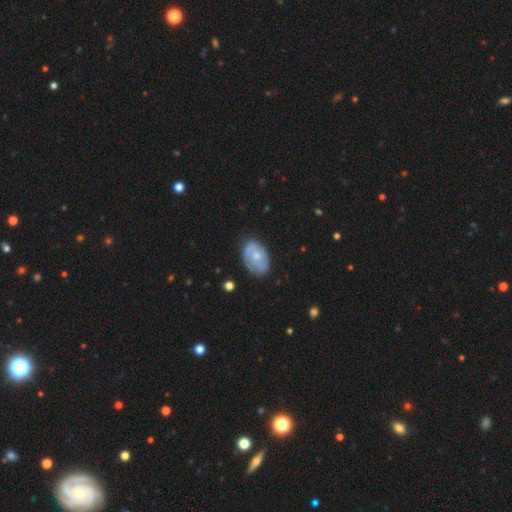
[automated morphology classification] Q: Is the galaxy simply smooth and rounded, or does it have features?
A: featured or disk — 52%.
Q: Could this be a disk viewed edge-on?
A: no — 95%.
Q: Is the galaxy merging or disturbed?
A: none — 73%.